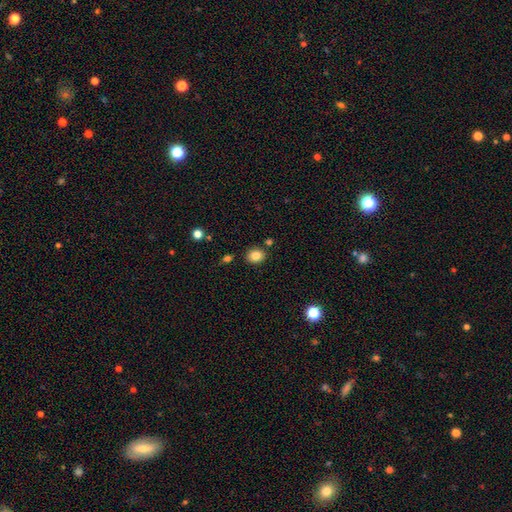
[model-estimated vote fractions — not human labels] This appears to be a smooth galaxy with no disk features (83%) that is round (57%). Merging: none (85%).